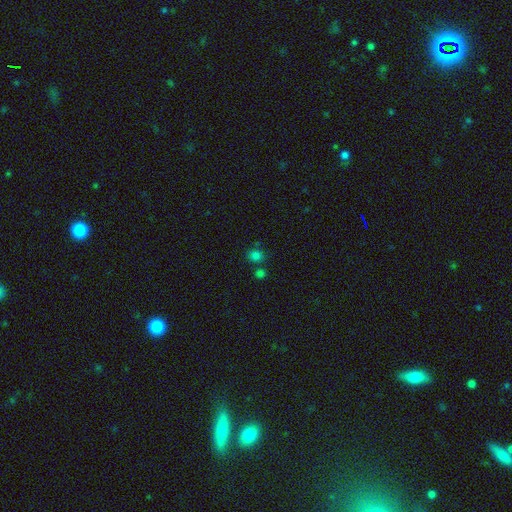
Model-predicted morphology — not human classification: Overall: smooth (76%). How rounded: round (78%). Merging: none (73%).